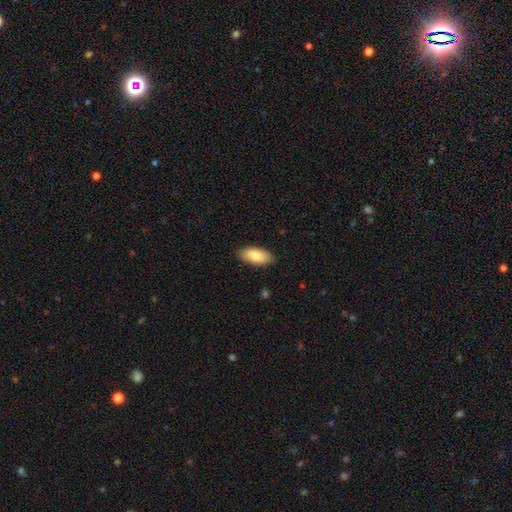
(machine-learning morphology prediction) The model was most divided on "smooth or featured": smooth: 82%, featured or disk: 12%, star or artifact: 6%. More confident: how rounded — in between (89%); merging — none (88%).